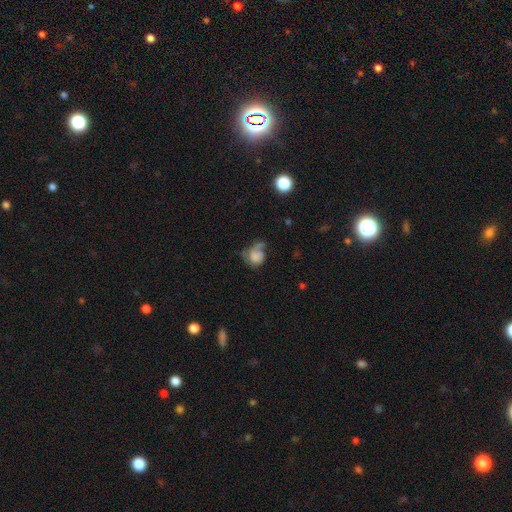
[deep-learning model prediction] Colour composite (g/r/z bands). It shows a smooth galaxy with no disk features (53%) that is round (53%). Merging: major disturbance (39%).